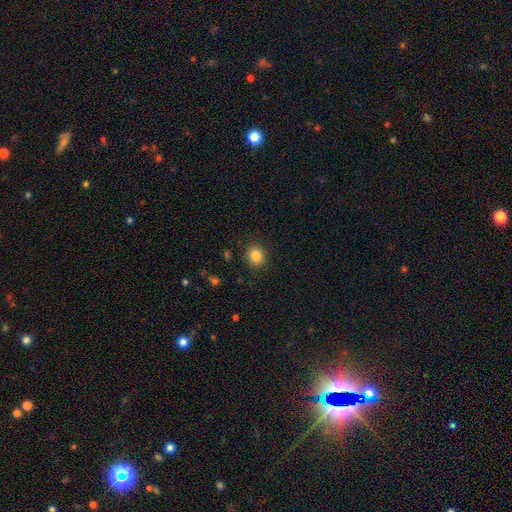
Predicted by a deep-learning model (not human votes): Morphology: type=smooth (85%); roundness=round (73%); merging=none (89%).